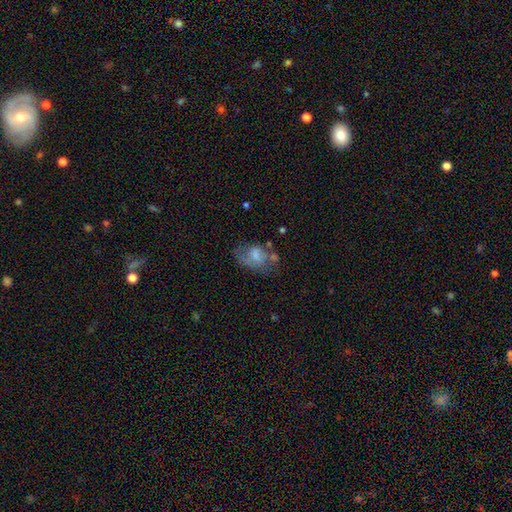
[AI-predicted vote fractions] A smooth galaxy with no disk features (52%) that is in between round and cigar-shaped (81%).

Vote fractions:
- Smooth or featured? smooth: 52% / featured or disk: 38% / star or artifact: 9%
- How rounded? in between: 81% / round: 18% / cigar-shaped: 2%
- Merging? none: 37% / minor disturbance: 27% / major disturbance: 26% / merger: 10%